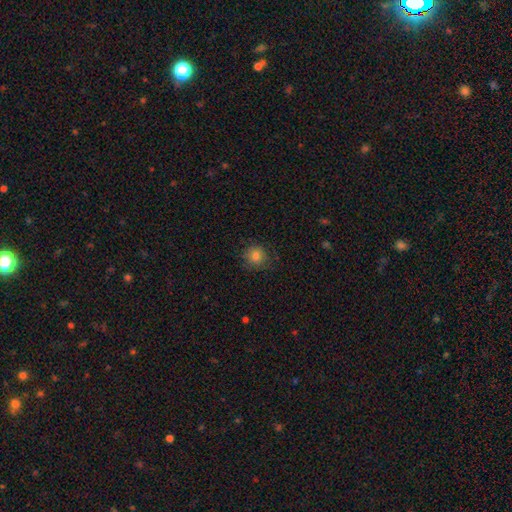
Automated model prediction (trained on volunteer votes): smooth-or-featured: smooth: 82% | star or artifact: 12% | featured or disk: 6%
  how-rounded: round: 88% | in between: 11% | cigar-shaped: 1%
  merging: none: 82% | minor disturbance: 13% | major disturbance: 4% | merger: 1%